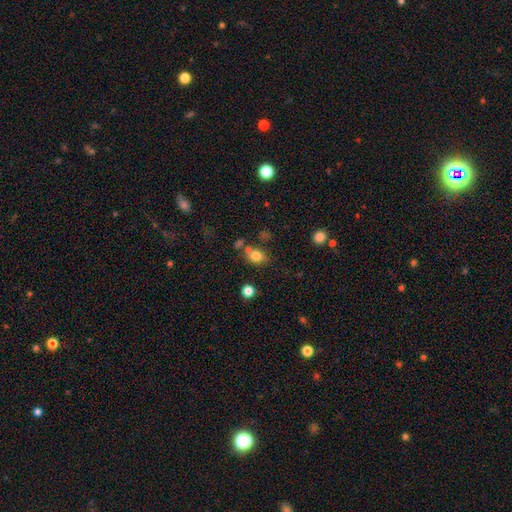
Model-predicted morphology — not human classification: A smooth galaxy with no disk features (80%) that is in between round and cigar-shaped (58%).

Vote fractions:
- Smooth or featured? smooth: 80% / star or artifact: 12% / featured or disk: 9%
- How rounded? in between: 58% / round: 40% / cigar-shaped: 1%
- Merging? none: 64% / minor disturbance: 16% / merger: 15% / major disturbance: 5%